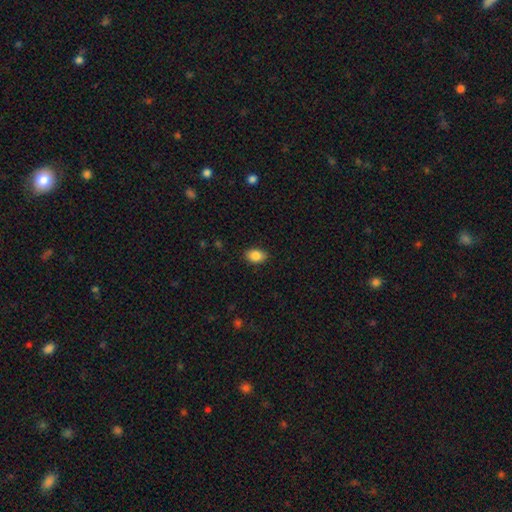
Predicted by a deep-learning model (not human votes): Morphology: type=smooth (87%); roundness=in between (84%); merging=none (88%).